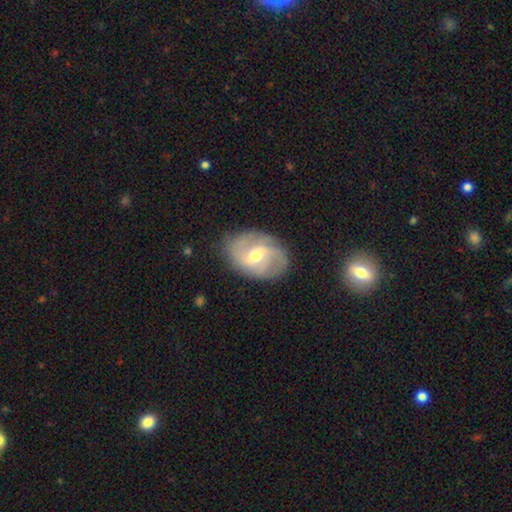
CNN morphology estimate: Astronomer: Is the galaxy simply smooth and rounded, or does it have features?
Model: featured or disk — 77%.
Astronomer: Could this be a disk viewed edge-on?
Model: no — 96%.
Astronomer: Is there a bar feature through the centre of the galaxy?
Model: weak — 56%.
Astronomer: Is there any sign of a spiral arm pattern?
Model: yes — 90%.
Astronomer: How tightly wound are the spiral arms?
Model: medium — 43% (runner-up: tight, 29%).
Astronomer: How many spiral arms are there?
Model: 2 — 54%.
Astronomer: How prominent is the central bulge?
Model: moderate — 59% (runner-up: small, 37%).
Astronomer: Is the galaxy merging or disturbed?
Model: none — 78%.